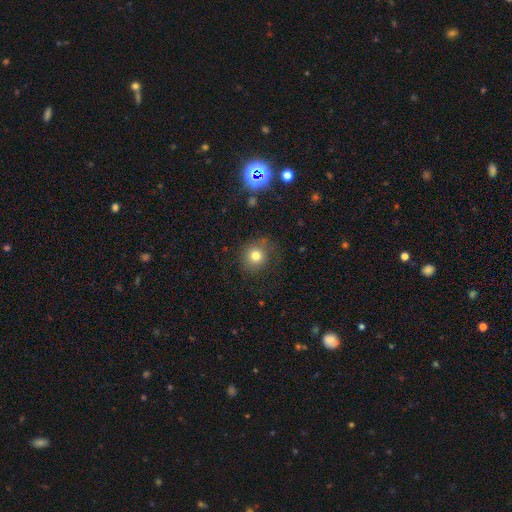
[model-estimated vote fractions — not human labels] A smooth galaxy with no disk features (76%) that is round (87%).

Vote fractions:
- Smooth or featured? smooth: 76% / star or artifact: 15% / featured or disk: 9%
- How rounded? round: 87% / in between: 12% / cigar-shaped: 1%
- Merging? none: 77% / minor disturbance: 15% / major disturbance: 6% / merger: 2%